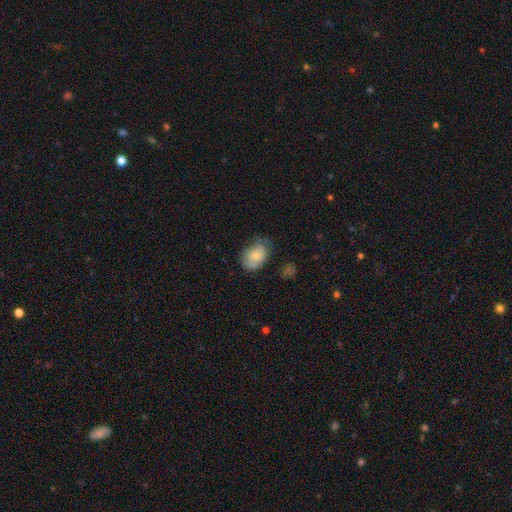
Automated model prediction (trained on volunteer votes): A smooth galaxy with no disk features (76%) that is in between round and cigar-shaped (77%). Merging: none (53%).